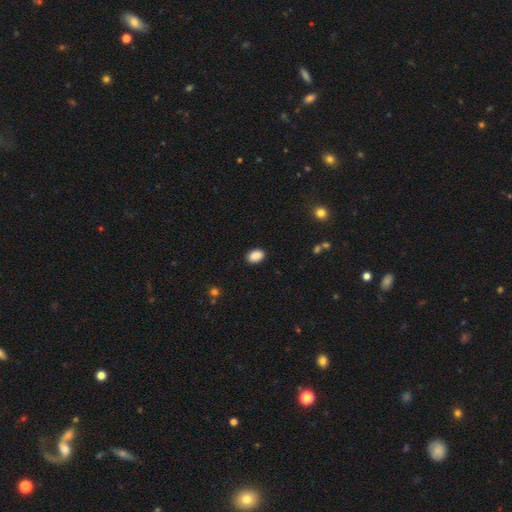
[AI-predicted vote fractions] Overall: smooth (89%). How rounded: in between (81%). Merging: none (89%).